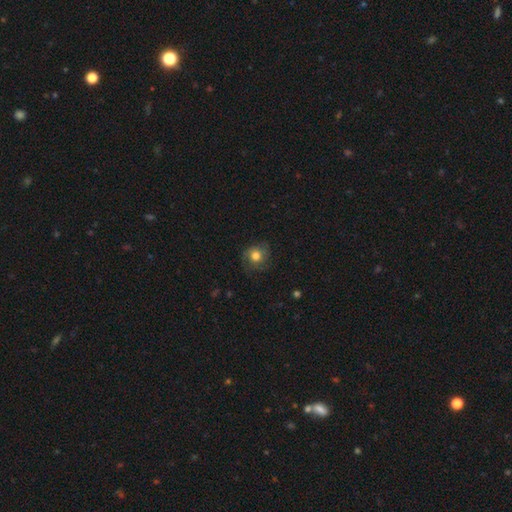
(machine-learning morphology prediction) Q: Smooth or featured?
A: smooth (66%); runner-up: featured or disk (23%)
Q: How rounded?
A: round (83%); runner-up: in between (16%)
Q: Merging?
A: none (74%); runner-up: minor disturbance (17%)